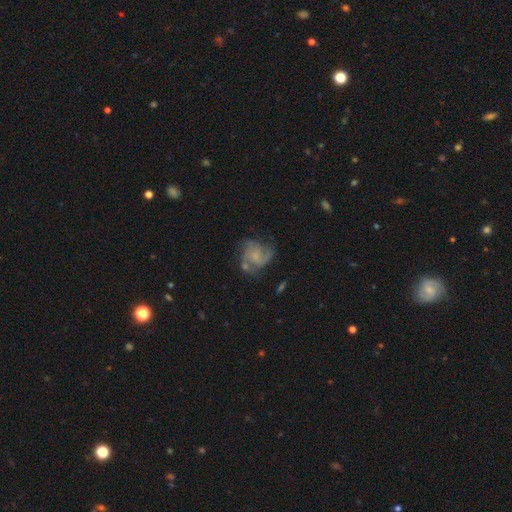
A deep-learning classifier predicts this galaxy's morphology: This is likely a featured or disk galaxy (68%). It is clearly not viewed edge-on (98%). Bar: likely no (70%). Spiral arm pattern: clearly yes (87%). Spiral arm count: marginally 2 (34%). Spiral winding: possibly medium (47%). Central bulge: marginally small (45%). Merging: possibly none (50%).